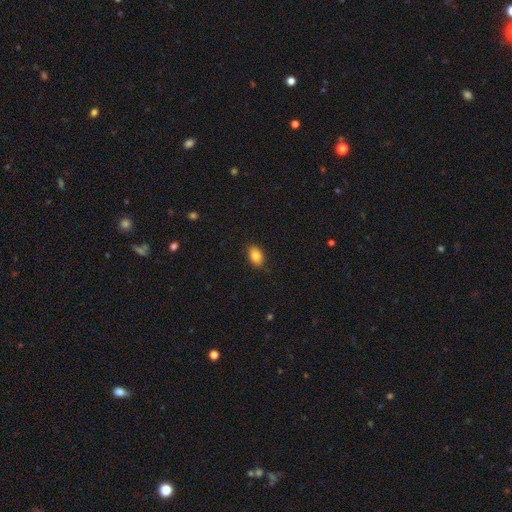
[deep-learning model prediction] smooth-or-featured: smooth: 84% | star or artifact: 8% | featured or disk: 7%
  how-rounded: in between: 86% | round: 13% | cigar-shaped: 1%
  merging: none: 87% | minor disturbance: 10% | major disturbance: 2% | merger: 1%